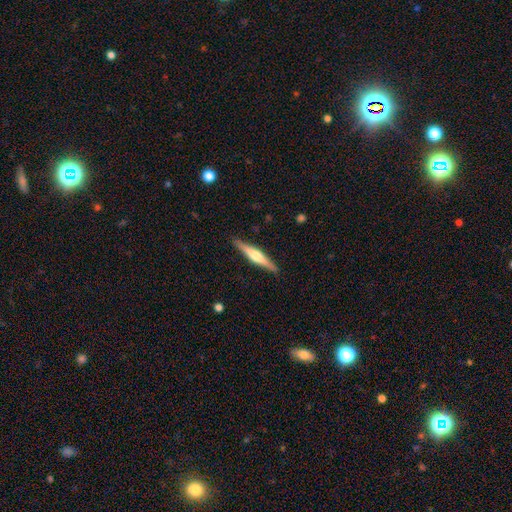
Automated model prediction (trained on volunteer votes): Smooth or featured?
  - featured or disk: 63% *
  - smooth: 32%
  - star or artifact: 5%
Edge-on disk?
  - yes: 97% *
  - no: 3%
Edge-on bulge?
  - rounded: 85% *
  - boxy: 8%
  - none: 7%
Merging?
  - none: 90% *
  - minor disturbance: 7%
  - major disturbance: 1%
  - merger: 1%